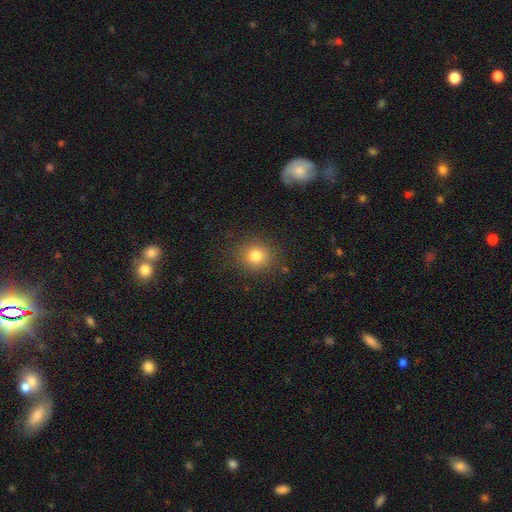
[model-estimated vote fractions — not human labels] Smooth or featured?
  - smooth: 80% *
  - star or artifact: 13%
  - featured or disk: 7%
How rounded?
  - round: 87% *
  - in between: 12%
  - cigar-shaped: 1%
Merging?
  - none: 87% *
  - minor disturbance: 9%
  - major disturbance: 4%
  - merger: 1%